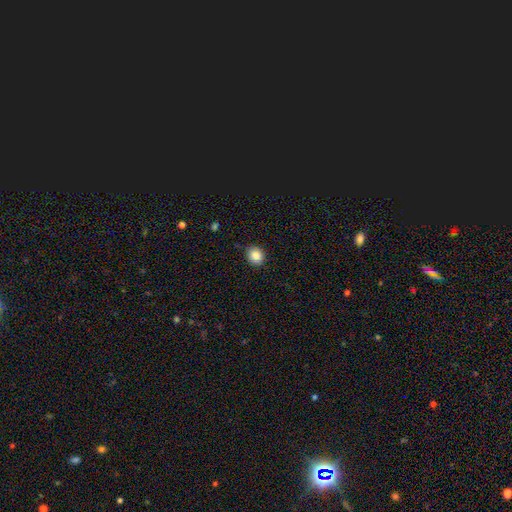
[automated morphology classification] A smooth galaxy with no disk features (86%) that is round (77%).

Vote fractions:
- Smooth or featured? smooth: 86% / star or artifact: 10% / featured or disk: 4%
- How rounded? round: 77% / in between: 23% / cigar-shaped: 1%
- Merging? none: 86% / minor disturbance: 11% / major disturbance: 2% / merger: 1%